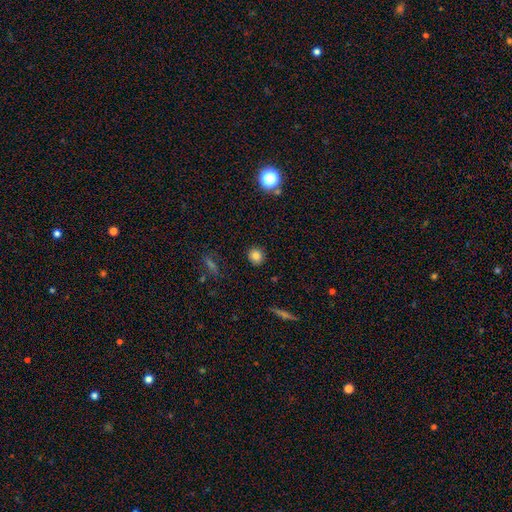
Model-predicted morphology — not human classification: Smooth or featured: smooth — 81% (star or artifact — 12%)
How rounded: round — 84% (in between — 15%)
Merging: none — 90% (minor disturbance — 7%)